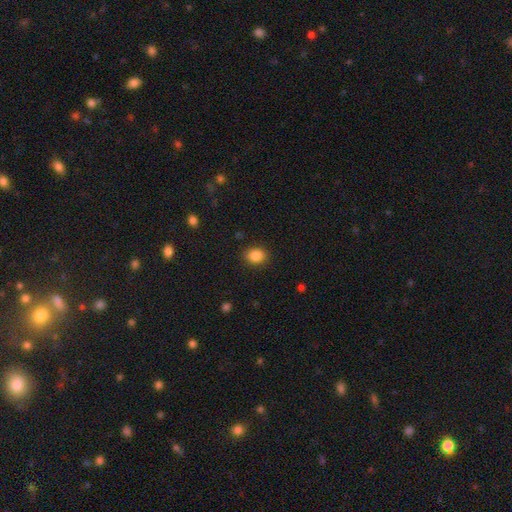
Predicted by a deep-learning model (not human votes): smooth 86%, star or artifact 10%, featured or disk 4%. Down the decision tree: how rounded — round (52%); merging — none (88%).